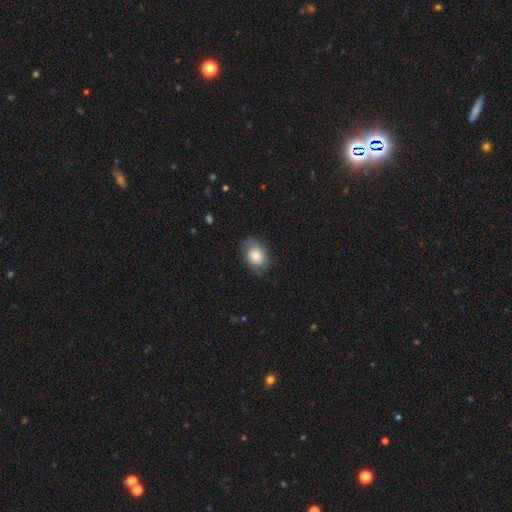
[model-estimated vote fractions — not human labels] Smooth or featured: smooth — 51% (featured or disk — 41%)
How rounded: in between — 74% (round — 25%)
Merging: none — 64% (minor disturbance — 24%)